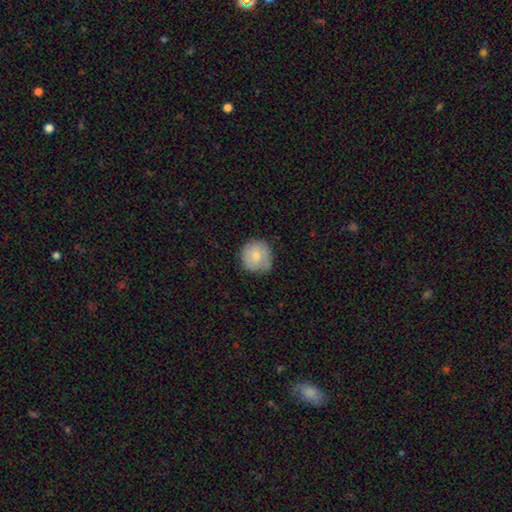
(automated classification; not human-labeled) smooth 72%, featured or disk 21%, star or artifact 7%. Down the decision tree: how rounded — round (91%); merging — none (70%).